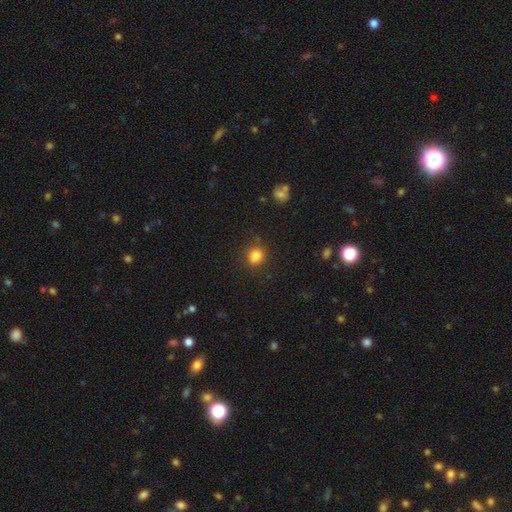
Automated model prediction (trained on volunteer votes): Morphology: type=smooth (83%); roundness=round (77%); merging=none (84%).